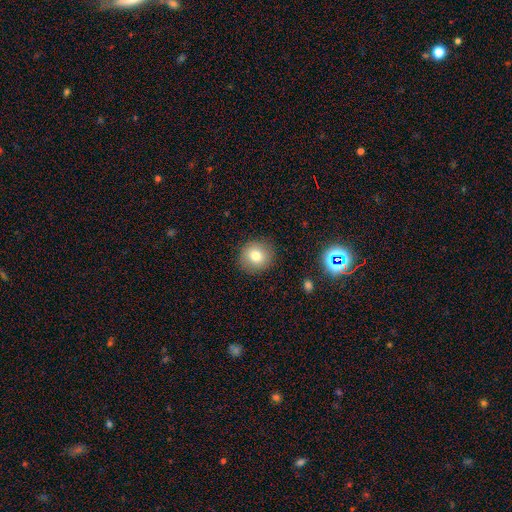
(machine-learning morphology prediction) smooth 77%, featured or disk 11%, star or artifact 11%. Down the decision tree: how rounded — round (88%); merging — none (89%).